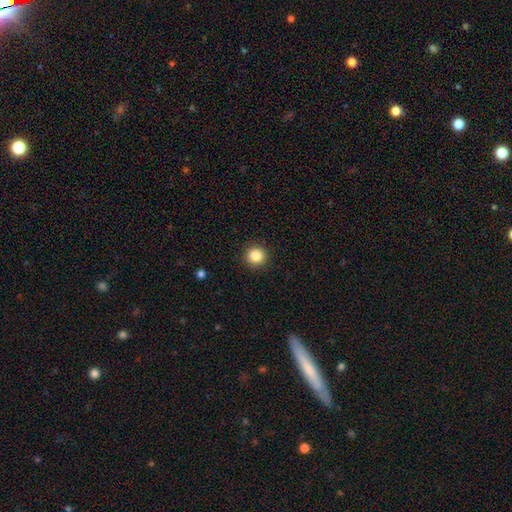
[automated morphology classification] This is clearly a smooth galaxy (85%). How rounded: clearly round (94%). Merging: clearly none (92%).